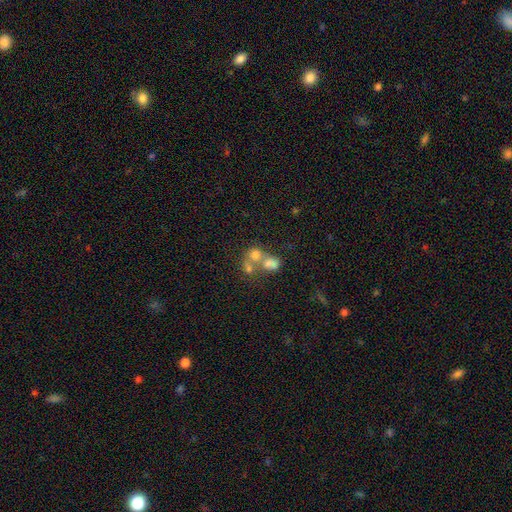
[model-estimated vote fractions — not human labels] This is possibly a smooth galaxy (59%). How rounded: likely round (67%). Merging: likely merger (61%).